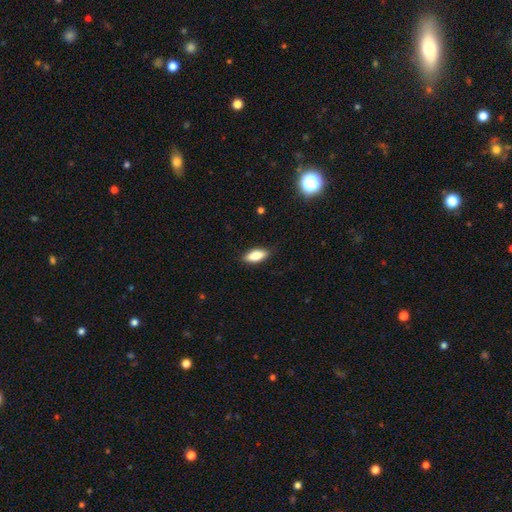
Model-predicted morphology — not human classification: This is clearly a smooth galaxy (82%). How rounded: clearly in between (81%). Merging: clearly none (87%).